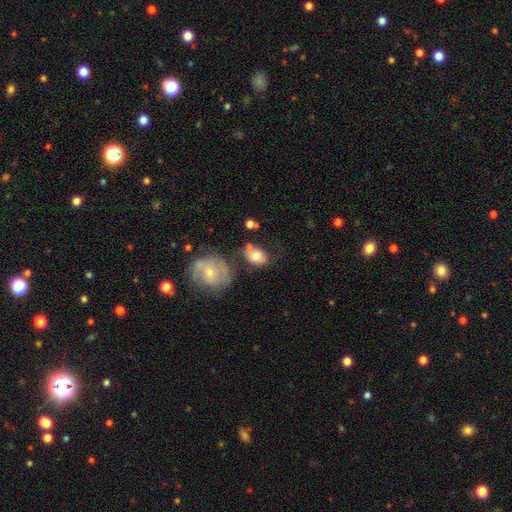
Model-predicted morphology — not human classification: smooth-or-featured: smooth: 73% | featured or disk: 20% | star or artifact: 7%
  how-rounded: in between: 77% | round: 21% | cigar-shaped: 1%
  merging: none: 53% | minor disturbance: 24% | merger: 13% | major disturbance: 11%